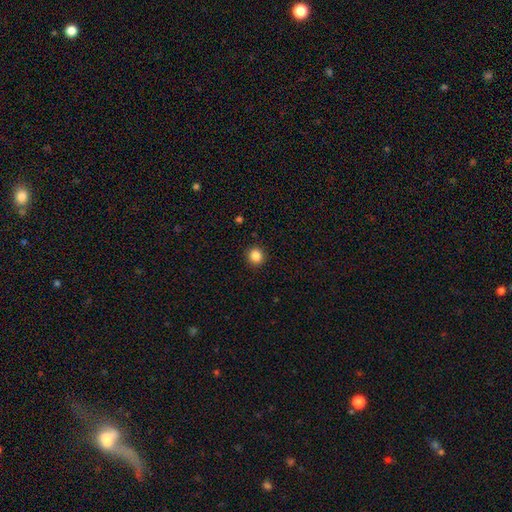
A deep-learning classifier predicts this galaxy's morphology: smooth_or_featured: smooth (p=0.86) [alt: star or artifact p=0.11]
how_rounded: round (p=0.90) [alt: in between p=0.09]
merging: none (p=0.92) [alt: minor disturbance p=0.05]